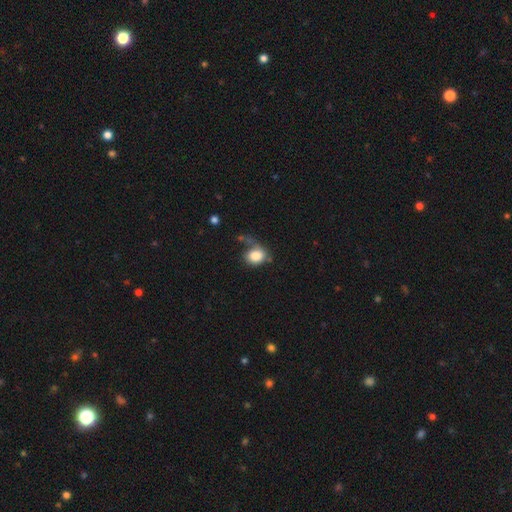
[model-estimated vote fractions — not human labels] smooth_or_featured: smooth (p=0.82) [alt: featured or disk p=0.09]
how_rounded: round (p=0.50) [alt: in between p=0.49]
merging: none (p=0.45) [alt: minor disturbance p=0.25]